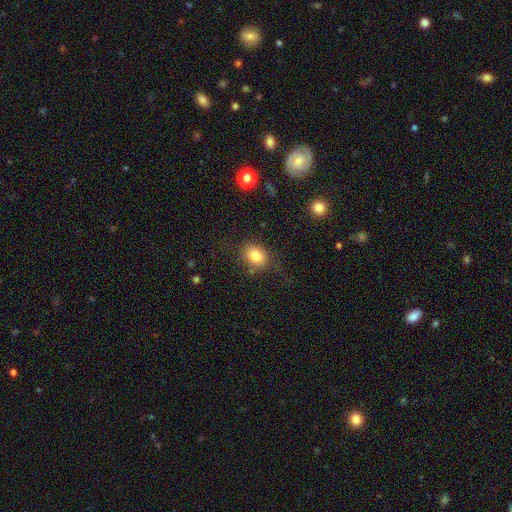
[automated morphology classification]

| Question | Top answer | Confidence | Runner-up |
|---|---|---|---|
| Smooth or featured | smooth | 81% | star or artifact (11%) |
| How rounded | round | 50% | in between (49%) |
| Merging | none | 73% | minor disturbance (16%) |